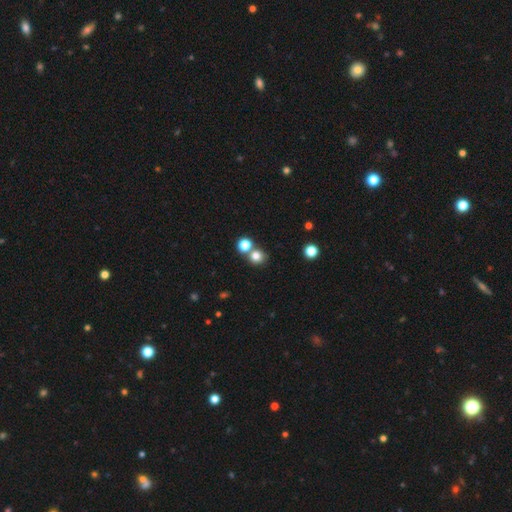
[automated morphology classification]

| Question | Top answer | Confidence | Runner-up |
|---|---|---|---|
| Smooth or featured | smooth | 78% | star or artifact (15%) |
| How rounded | round | 86% | in between (13%) |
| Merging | none | 62% | merger (28%) |